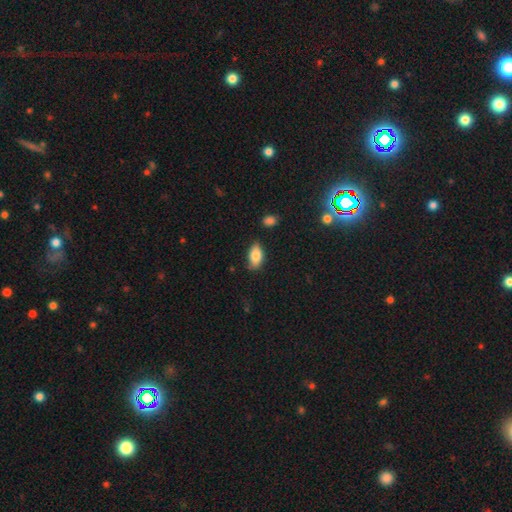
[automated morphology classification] Q: Smooth or featured?
A: smooth (82%); runner-up: featured or disk (11%)
Q: How rounded?
A: in between (90%); runner-up: cigar-shaped (6%)
Q: Merging?
A: none (79%); runner-up: minor disturbance (15%)